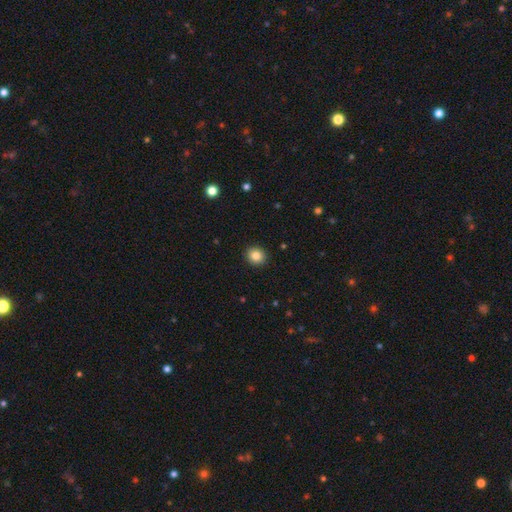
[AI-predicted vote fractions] This is clearly a smooth galaxy (84%). How rounded: clearly round (83%). Merging: clearly none (92%).